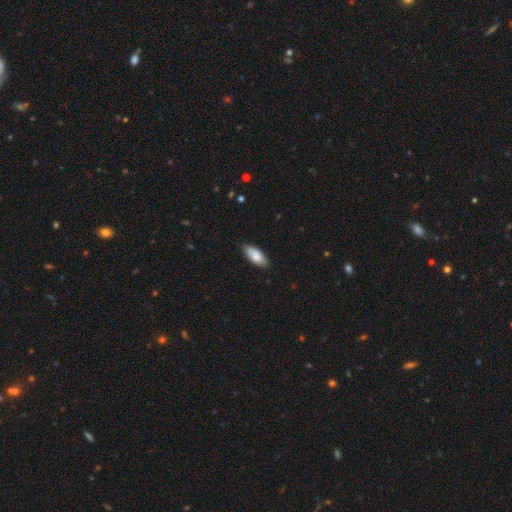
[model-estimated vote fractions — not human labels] Smooth or featured?
  - smooth: 83% *
  - featured or disk: 11%
  - star or artifact: 6%
How rounded?
  - in between: 84% *
  - cigar-shaped: 14%
  - round: 2%
Merging?
  - none: 83% *
  - minor disturbance: 13%
  - major disturbance: 2%
  - merger: 1%